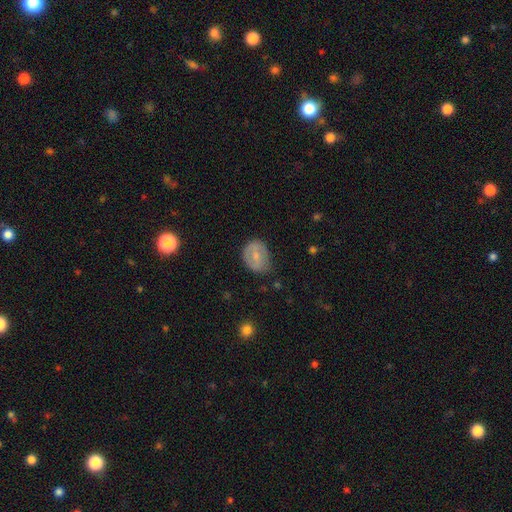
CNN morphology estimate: Smooth or featured: smooth — 53% (featured or disk — 40%)
How rounded: in between — 58% (round — 41%)
Merging: none — 63% (minor disturbance — 28%)